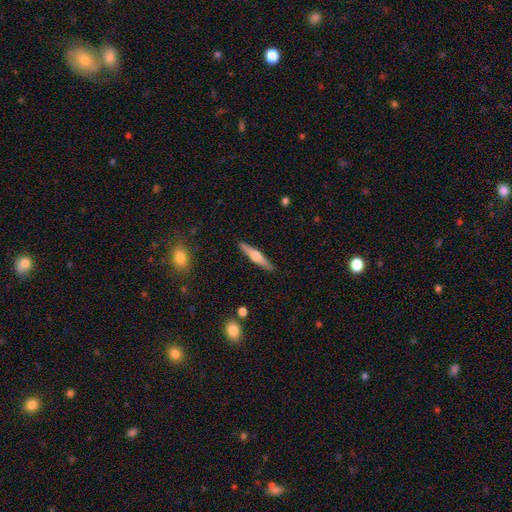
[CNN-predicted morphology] type=featured or disk (59%); edge-on=yes (96%); edge-on bulge=rounded (92%); merging=none (91%).